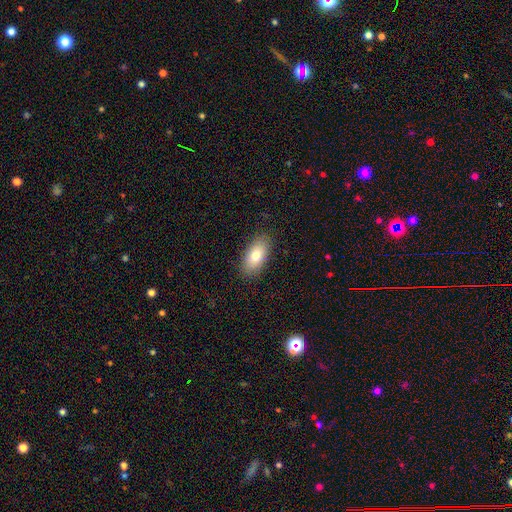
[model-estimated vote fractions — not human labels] Smooth or featured: smooth — 79% (featured or disk — 14%)
How rounded: in between — 91% (cigar-shaped — 6%)
Merging: none — 87% (minor disturbance — 10%)